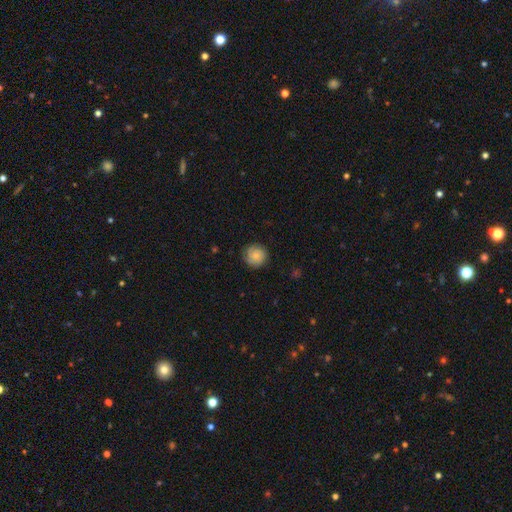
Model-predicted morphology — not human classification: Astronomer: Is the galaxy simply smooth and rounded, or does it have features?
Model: smooth — 77%.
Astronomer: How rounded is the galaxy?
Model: round — 93%.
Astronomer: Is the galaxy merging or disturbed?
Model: none — 83%.